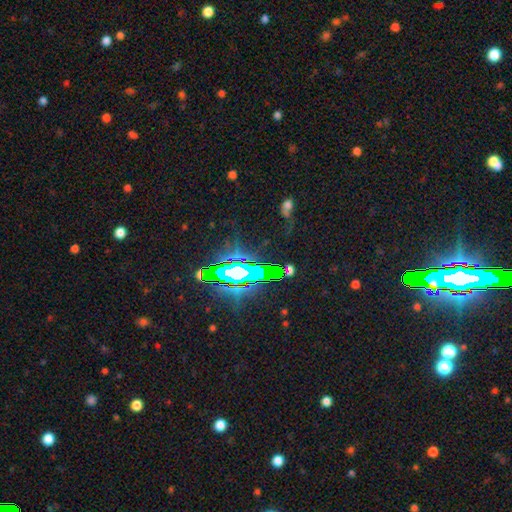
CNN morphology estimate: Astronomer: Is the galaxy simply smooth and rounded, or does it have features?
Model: star or artifact — 74%.